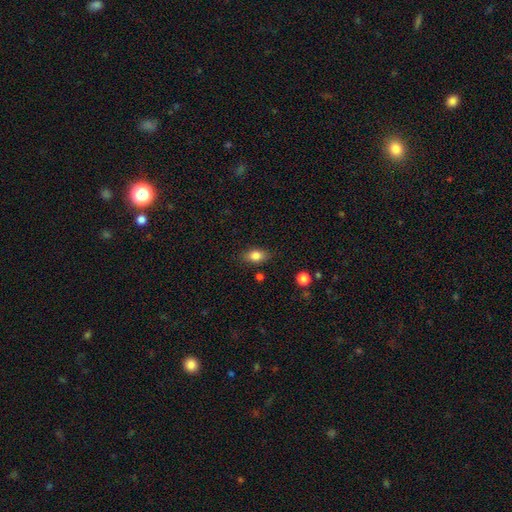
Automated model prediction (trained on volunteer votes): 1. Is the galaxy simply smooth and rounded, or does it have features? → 82% smooth, 9% featured or disk, 9% star or artifact.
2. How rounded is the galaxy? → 82% in between, 14% round, 4% cigar-shaped.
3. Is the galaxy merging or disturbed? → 82% none, 13% minor disturbance, 3% major disturbance, 2% merger.